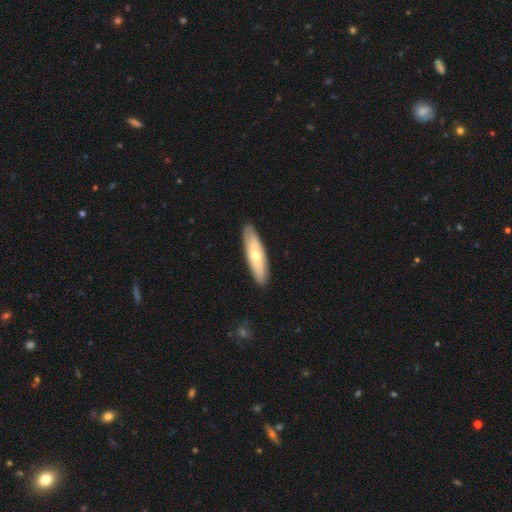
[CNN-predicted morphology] This appears to be a smooth galaxy with no disk features (56%) that is cigar-shaped (59%). Merging: none (88%).